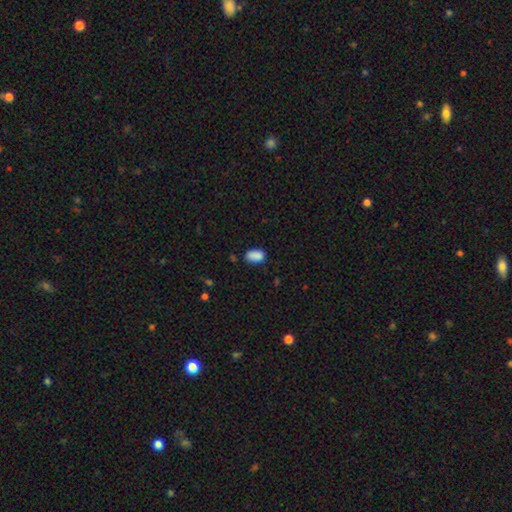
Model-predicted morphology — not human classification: smooth-or-featured: smooth: 87% | star or artifact: 9% | featured or disk: 4%
  how-rounded: in between: 91% | round: 8% | cigar-shaped: 2%
  merging: none: 70% | minor disturbance: 23% | major disturbance: 4% | merger: 3%